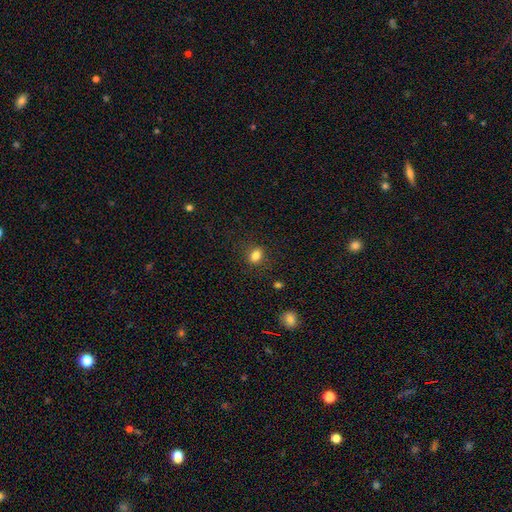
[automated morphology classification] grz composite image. It shows a smooth galaxy with no disk features (82%) that is in between round and cigar-shaped (61%). Merging: none (84%).